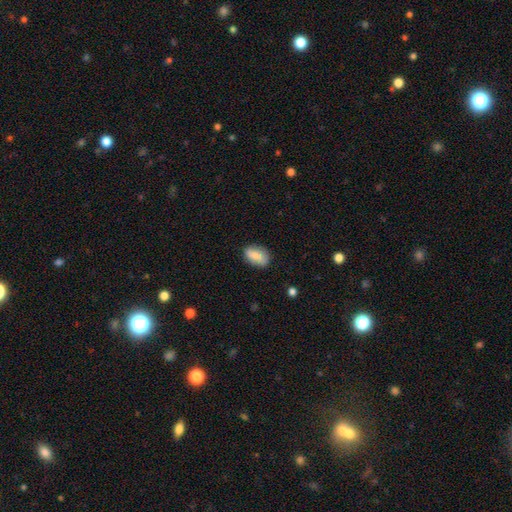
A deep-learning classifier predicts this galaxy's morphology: A smooth galaxy with no disk features (81%) that is in between round and cigar-shaped (89%).

Vote fractions:
- Smooth or featured? smooth: 81% / featured or disk: 12% / star or artifact: 7%
- How rounded? in between: 89% / round: 8% / cigar-shaped: 3%
- Merging? none: 78% / minor disturbance: 18% / major disturbance: 3% / merger: 1%